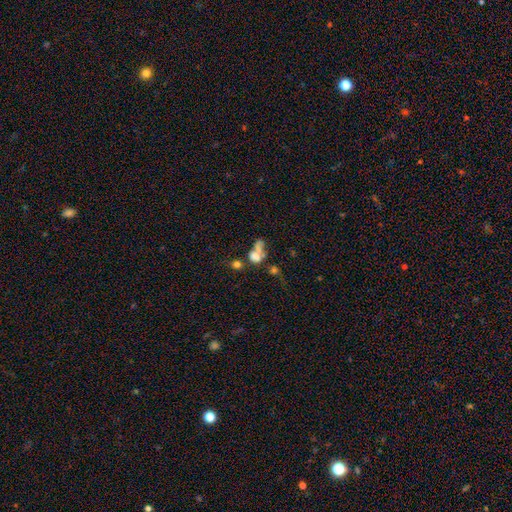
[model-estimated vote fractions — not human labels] smooth_or_featured: smooth (p=0.59) [alt: featured or disk p=0.24]
how_rounded: in between (p=0.63) [alt: round p=0.33]
merging: merger (p=0.48) [alt: none p=0.22]